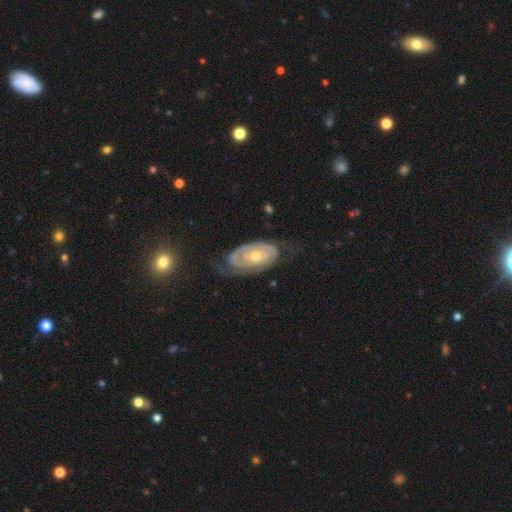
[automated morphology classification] This appears to be a featured or disk galaxy (83%) with no bar (71%), 2 (50%) tight (71%) spiral arms (88%) and a moderate central bulge (51%). Merging: none (60%).